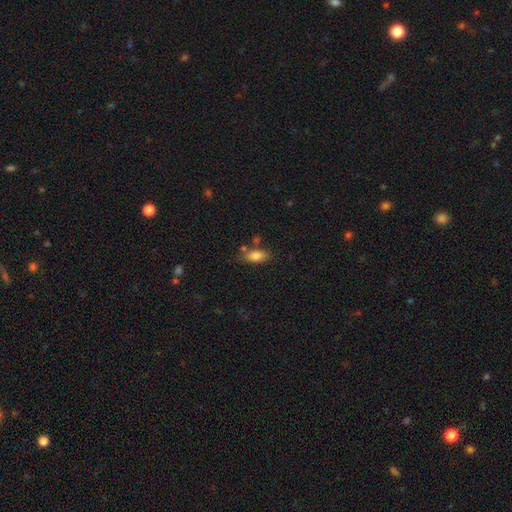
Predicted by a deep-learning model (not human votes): Overall: smooth (82%). How rounded: in between (86%). Merging: none (66%).